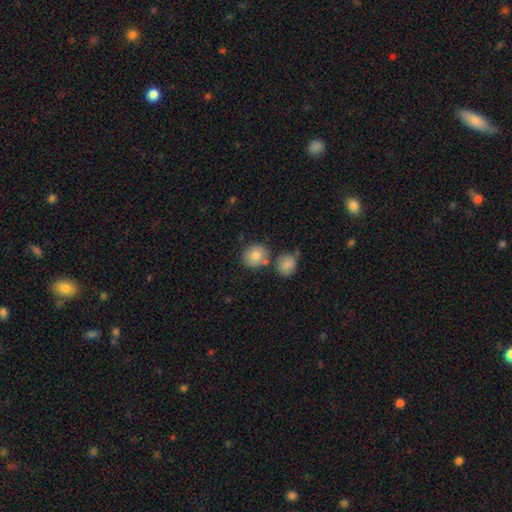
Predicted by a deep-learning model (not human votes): smooth 81%, featured or disk 11%, star or artifact 8%. Down the decision tree: how rounded — round (79%); merging — none (63%).